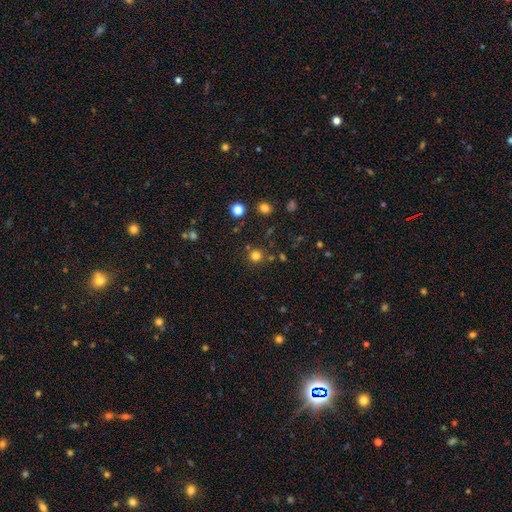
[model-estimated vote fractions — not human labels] A smooth galaxy with no disk features (78%) that is round (93%). Merging: none (82%).